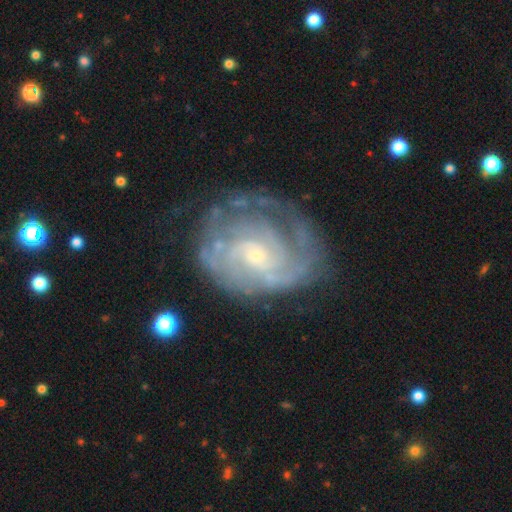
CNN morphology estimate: Smooth or featured: featured or disk — 85% (smooth — 8%)
Edge-on disk: no — 97% (yes — 3%)
Bar: no — 62% (weak — 32%)
Spiral arms: yes — 94% (no — 6%)
Spiral winding: tight — 62% (medium — 31%)
Spiral arm count: can't tell — 34% (2 — 27%)
Bulge size: small — 75% (moderate — 20%)
Merging: none — 65% (minor disturbance — 20%)